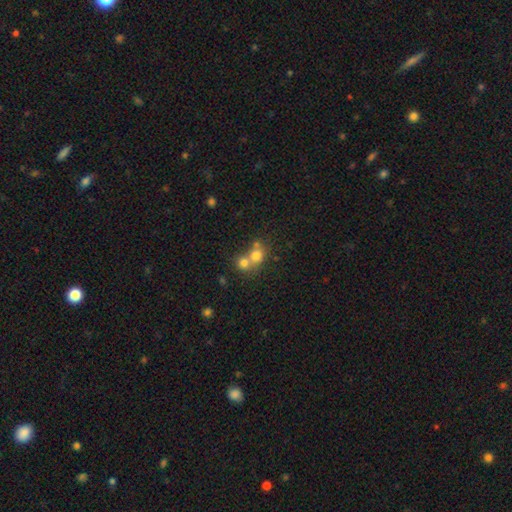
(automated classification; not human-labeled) This appears to be a smooth galaxy with no disk features (72%) that is round (78%). Merging: merger (58%).